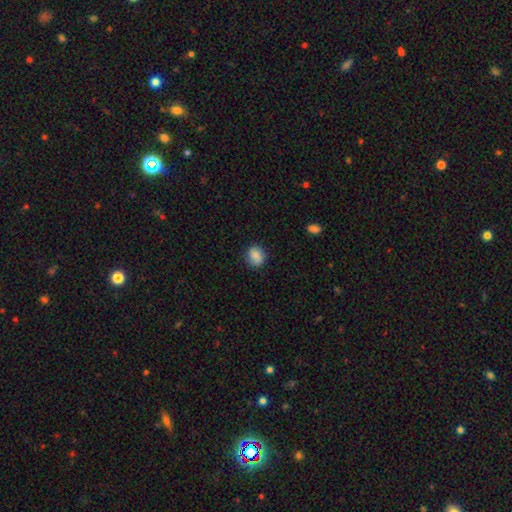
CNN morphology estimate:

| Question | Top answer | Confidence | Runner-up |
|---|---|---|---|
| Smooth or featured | smooth | 84% | star or artifact (8%) |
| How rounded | round | 61% | in between (38%) |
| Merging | none | 80% | minor disturbance (15%) |